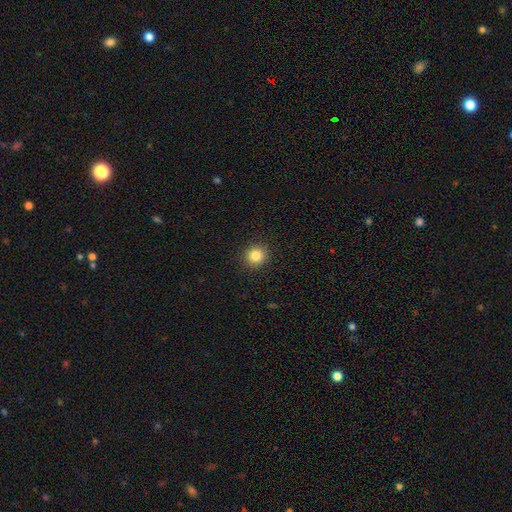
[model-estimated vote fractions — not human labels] Q: Smooth or featured?
A: smooth (83%); runner-up: star or artifact (11%)
Q: How rounded?
A: round (90%); runner-up: in between (9%)
Q: Merging?
A: none (92%); runner-up: minor disturbance (5%)